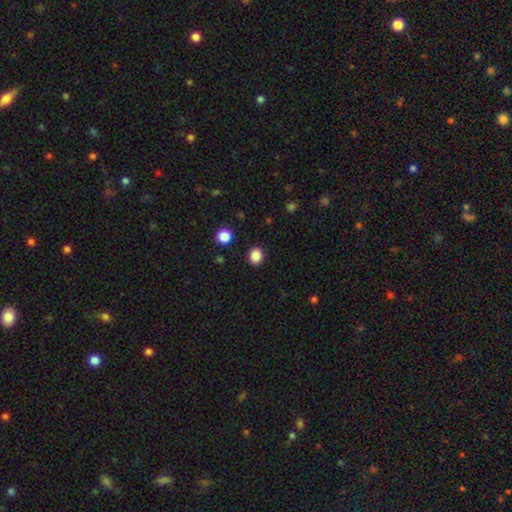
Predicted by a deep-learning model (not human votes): Smooth or featured? smooth (86%)
How rounded? round (74%)
Merging? none (90%)